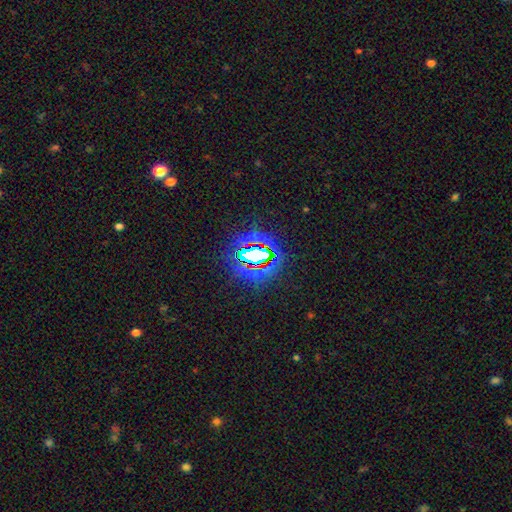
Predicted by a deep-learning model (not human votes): Smooth or featured?
  - star or artifact: 73% *
  - smooth: 16%
  - featured or disk: 11%